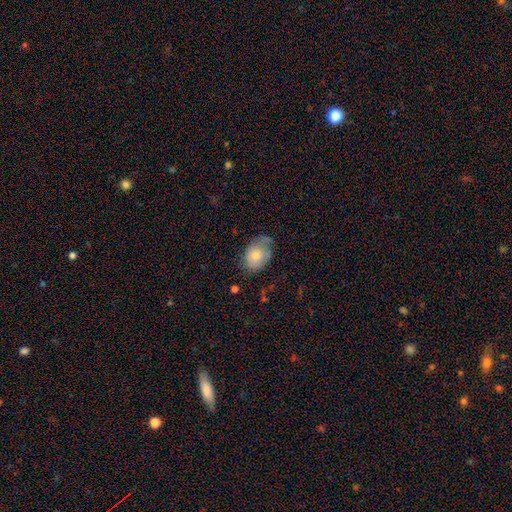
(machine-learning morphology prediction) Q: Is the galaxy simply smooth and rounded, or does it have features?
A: smooth — 74%.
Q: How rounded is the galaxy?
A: in between — 73%.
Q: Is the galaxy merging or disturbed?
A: none — 49%.